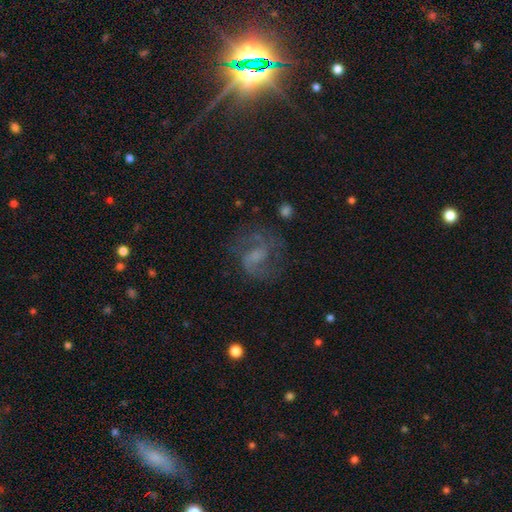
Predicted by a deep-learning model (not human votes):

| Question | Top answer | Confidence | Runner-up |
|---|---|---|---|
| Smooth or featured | featured or disk | 73% | star or artifact (14%) |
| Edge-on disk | no | 98% | yes (2%) |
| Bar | weak | 53% | no (31%) |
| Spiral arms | yes | 93% | no (7%) |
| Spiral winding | medium | 55% | loose (26%) |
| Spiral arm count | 2 | 83% | can't tell (8%) |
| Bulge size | small | 37% | none (31%) |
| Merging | none | 70% | minor disturbance (16%) |